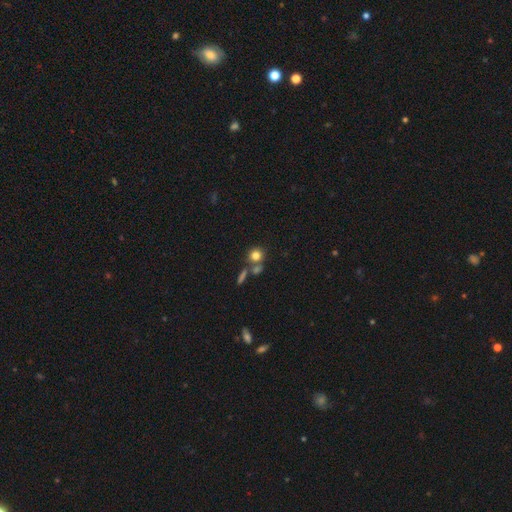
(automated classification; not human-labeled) smooth-or-featured: smooth: 79% | star or artifact: 12% | featured or disk: 9%
  how-rounded: round: 86% | in between: 12% | cigar-shaped: 2%
  merging: none: 62% | merger: 25% | minor disturbance: 9% | major disturbance: 4%